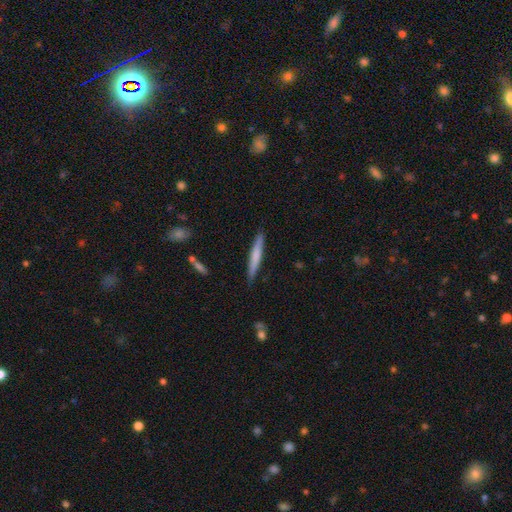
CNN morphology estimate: type=smooth (67%); roundness=cigar-shaped (95%); merging=none (87%).